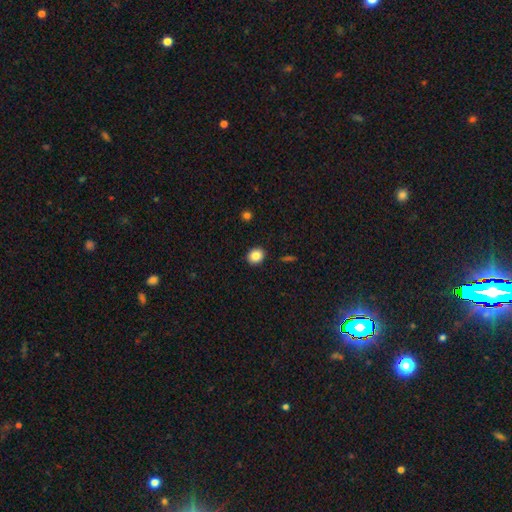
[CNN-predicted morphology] A smooth galaxy with no disk features (84%) that is round (70%).

Vote fractions:
- Smooth or featured? smooth: 84% / star or artifact: 10% / featured or disk: 6%
- How rounded? round: 70% / in between: 29% / cigar-shaped: 1%
- Merging? none: 91% / minor disturbance: 6% / major disturbance: 2% / merger: 1%